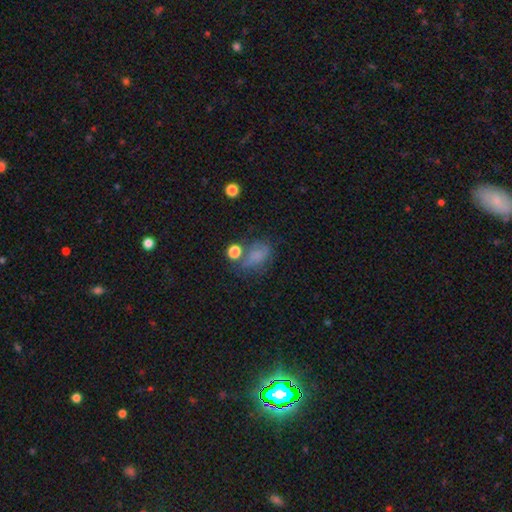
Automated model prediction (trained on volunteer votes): Smooth or featured? smooth (67%)
How rounded? in between (74%)
Merging? none (46%)